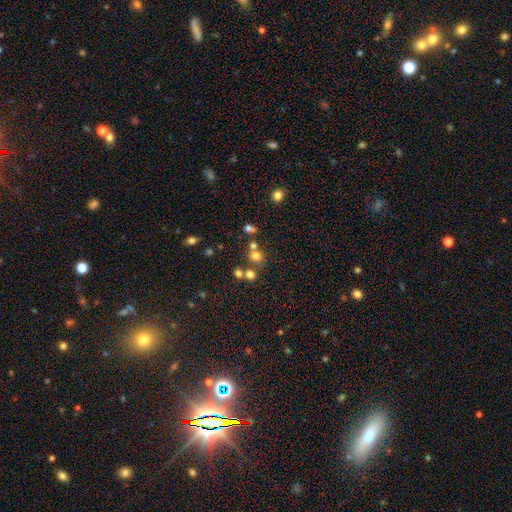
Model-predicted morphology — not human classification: Smooth or featured? smooth (70%)
How rounded? round (82%)
Merging? none (59%)